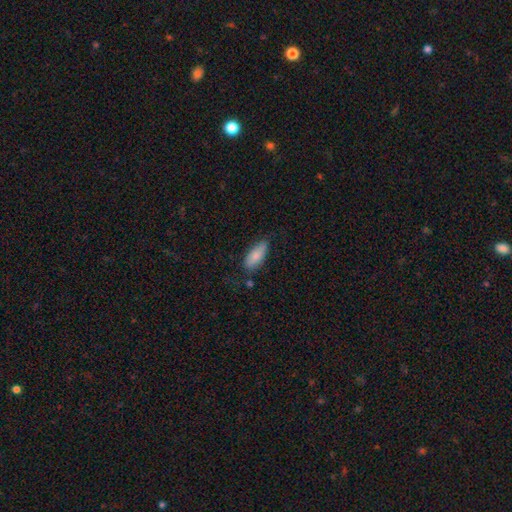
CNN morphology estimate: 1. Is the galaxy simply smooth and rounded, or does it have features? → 80% smooth, 14% featured or disk, 6% star or artifact.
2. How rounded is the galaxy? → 79% in between, 18% cigar-shaped, 2% round.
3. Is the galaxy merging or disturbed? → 67% none, 24% minor disturbance, 5% major disturbance, 3% merger.